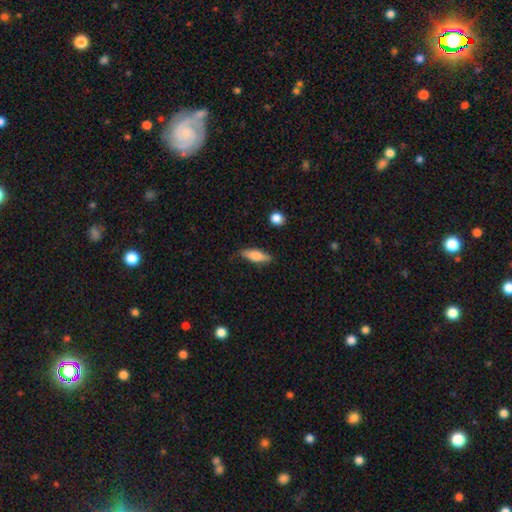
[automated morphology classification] smooth 73%, featured or disk 20%, star or artifact 7%. Down the decision tree: how rounded — in between (51%); merging — none (81%).